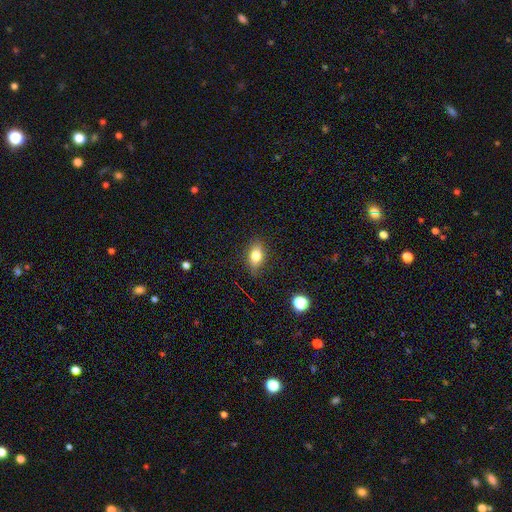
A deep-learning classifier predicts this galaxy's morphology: smooth_or_featured: smooth (p=0.77) [alt: featured or disk p=0.13]
how_rounded: in between (p=0.80) [alt: round p=0.15]
merging: none (p=0.80) [alt: minor disturbance p=0.15]